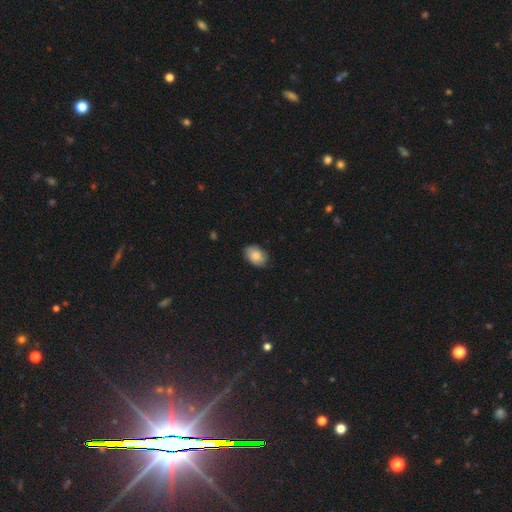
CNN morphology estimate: type=smooth (80%); roundness=in between (79%); merging=none (79%).